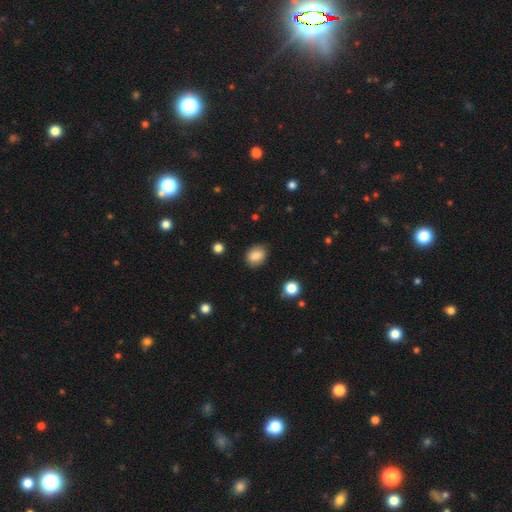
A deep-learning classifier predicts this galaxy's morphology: smooth 86%, star or artifact 8%, featured or disk 6%. Down the decision tree: how rounded — in between (57%); merging — none (84%).